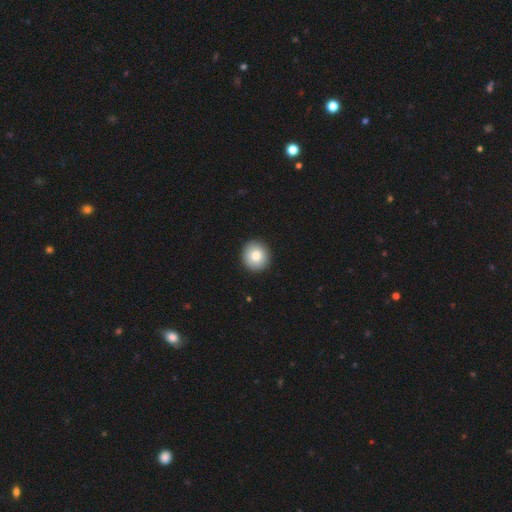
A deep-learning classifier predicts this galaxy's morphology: smooth-or-featured: smooth: 82% | featured or disk: 10% | star or artifact: 8%
  how-rounded: round: 92% | in between: 7% | cigar-shaped: 1%
  merging: none: 93% | minor disturbance: 5% | major disturbance: 1% | merger: 1%